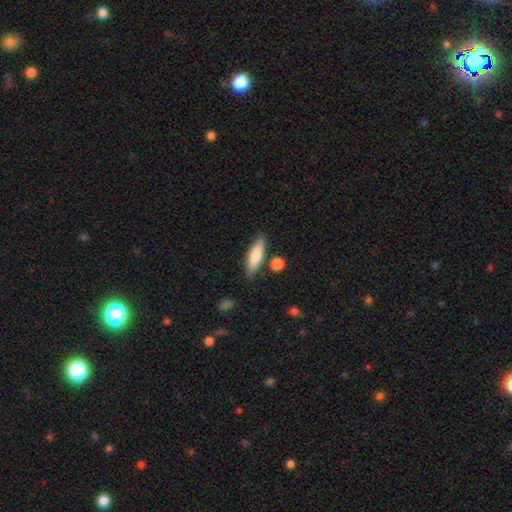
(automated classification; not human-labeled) Smooth or featured: smooth — 79% (featured or disk — 15%)
How rounded: cigar-shaped — 51% (in between — 46%)
Merging: none — 80% (minor disturbance — 12%)